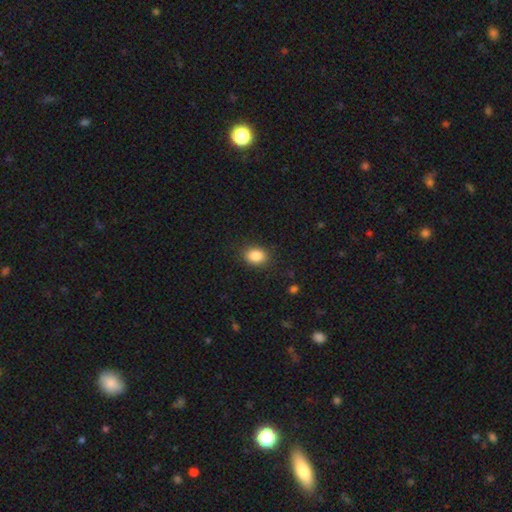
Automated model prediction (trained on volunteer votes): smooth 87%, star or artifact 9%, featured or disk 4%. Down the decision tree: how rounded — in between (59%); merging — none (87%).